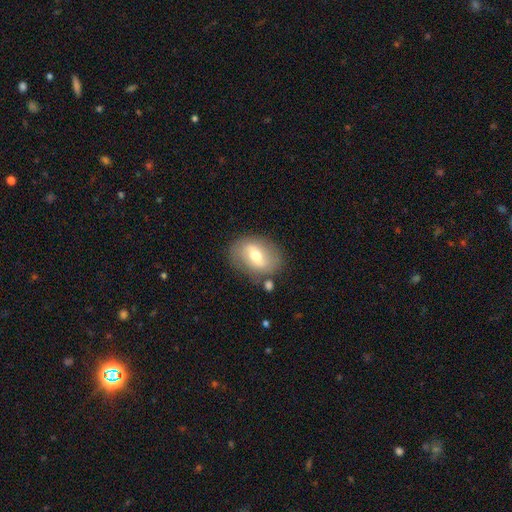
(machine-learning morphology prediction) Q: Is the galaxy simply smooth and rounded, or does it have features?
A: smooth — 49%.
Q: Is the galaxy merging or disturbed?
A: none — 74%.